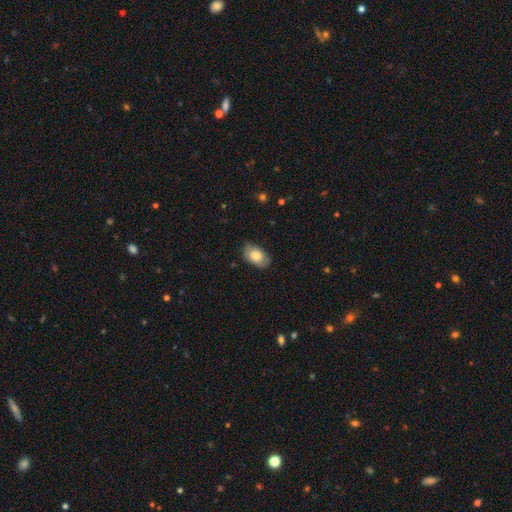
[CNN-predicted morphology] Smooth or featured? Predicted: smooth (p=0.74). How rounded? Predicted: in between (p=0.91). Merging? Predicted: none (p=0.80).